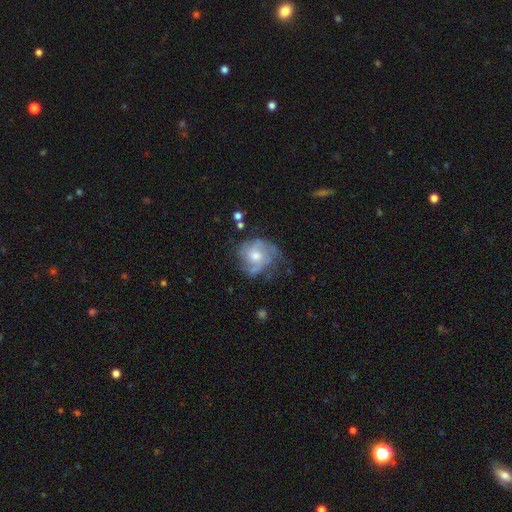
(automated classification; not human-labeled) Smooth or featured: featured or disk — 73% (smooth — 20%)
Edge-on disk: no — 98% (yes — 2%)
Bar: no — 74% (weak — 23%)
Spiral arms: yes — 86% (no — 14%)
Spiral winding: tight — 44% (medium — 40%)
Spiral arm count: can't tell — 35% (3 — 25%)
Bulge size: moderate — 63% (small — 26%)
Merging: none — 56% (minor disturbance — 24%)